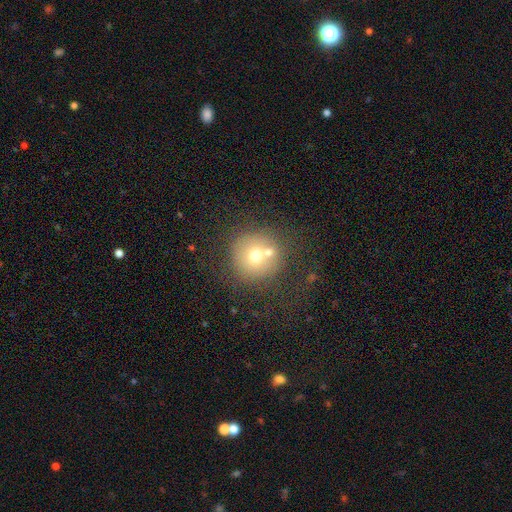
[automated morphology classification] This appears to be a smooth galaxy with no disk features (62%) that is round (93%). Merging: none (53%).